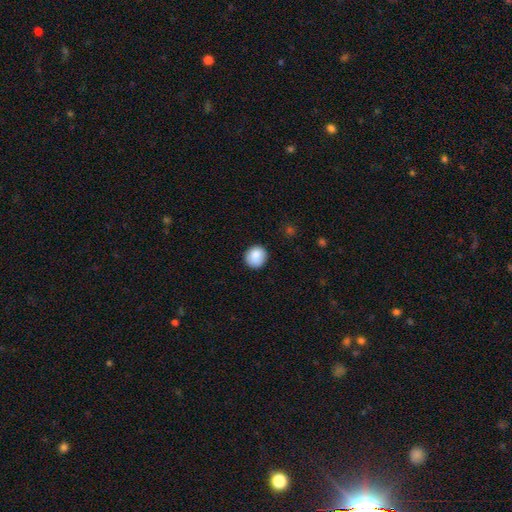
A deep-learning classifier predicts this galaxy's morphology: A smooth galaxy with no disk features (88%) that is round (90%).

Vote fractions:
- Smooth or featured? smooth: 88% / star or artifact: 8% / featured or disk: 4%
- How rounded? round: 90% / in between: 9% / cigar-shaped: 1%
- Merging? none: 88% / minor disturbance: 9% / major disturbance: 2% / merger: 1%